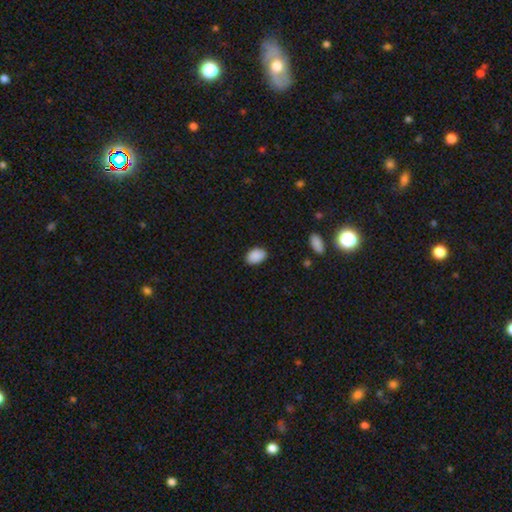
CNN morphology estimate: smooth-or-featured: smooth: 90% | star or artifact: 7% | featured or disk: 3%
  how-rounded: in between: 87% | round: 12% | cigar-shaped: 1%
  merging: none: 86% | minor disturbance: 10% | major disturbance: 2% | merger: 1%